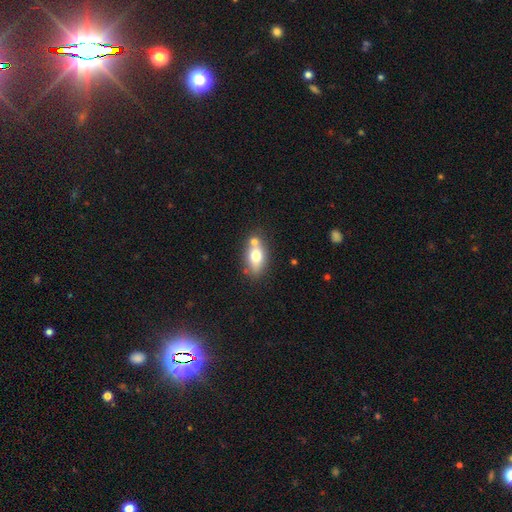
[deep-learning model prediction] Q: Smooth or featured?
A: smooth (69%); runner-up: featured or disk (22%)
Q: How rounded?
A: in between (81%); runner-up: round (12%)
Q: Merging?
A: none (59%); runner-up: merger (23%)